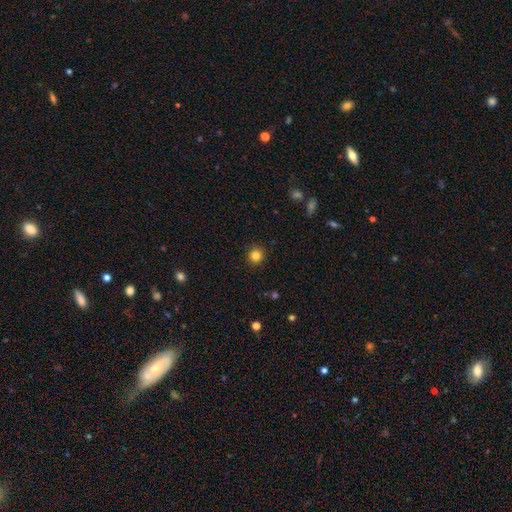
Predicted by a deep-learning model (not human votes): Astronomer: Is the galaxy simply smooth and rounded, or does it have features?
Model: smooth — 83%.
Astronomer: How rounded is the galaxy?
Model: round — 92%.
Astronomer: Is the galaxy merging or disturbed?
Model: none — 91%.